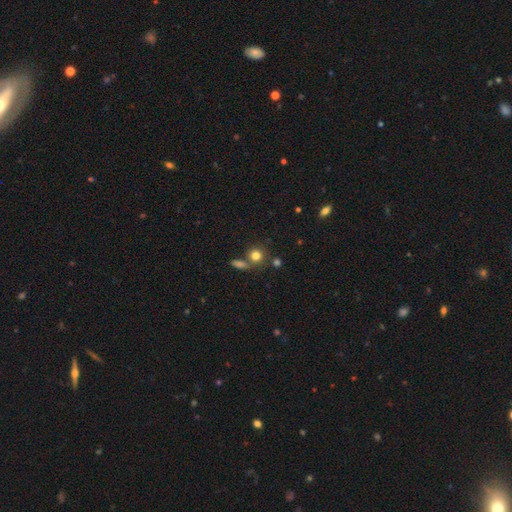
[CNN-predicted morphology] type=smooth (78%); roundness=round (85%); merging=none (64%).